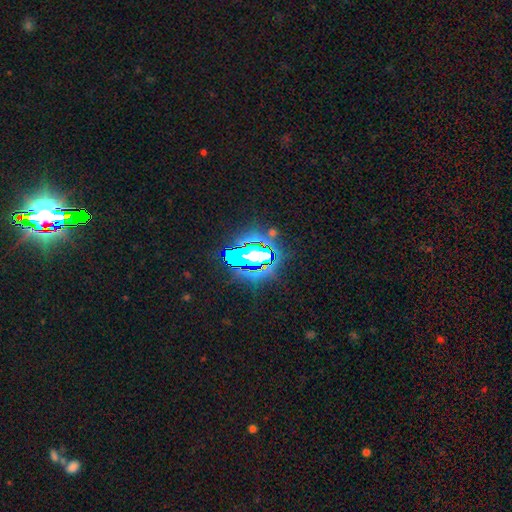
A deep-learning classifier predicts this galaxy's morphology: Smooth or featured: star or artifact — 62% (smooth — 22%)